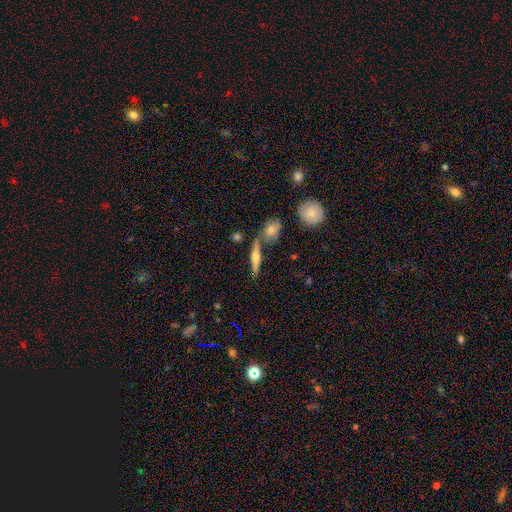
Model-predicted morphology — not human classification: This appears to be a featured or disk galaxy (58%) viewed edge-on (94%) with a rounded central bulge (84%). Merging: none (71%).